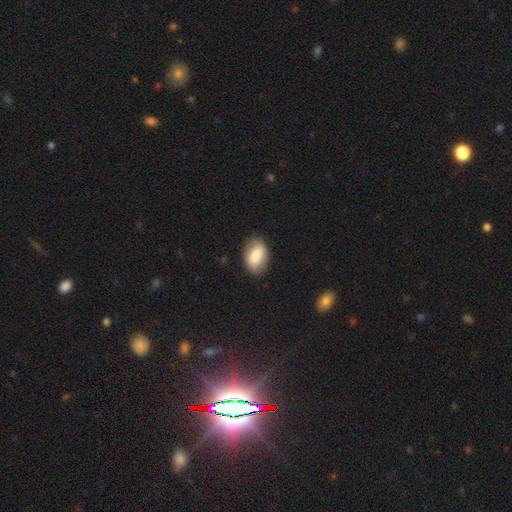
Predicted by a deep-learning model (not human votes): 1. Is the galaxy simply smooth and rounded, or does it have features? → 79% smooth, 14% featured or disk, 6% star or artifact.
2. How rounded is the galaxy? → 90% in between, 8% round, 2% cigar-shaped.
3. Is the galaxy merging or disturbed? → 83% none, 13% minor disturbance, 3% major disturbance, 1% merger.